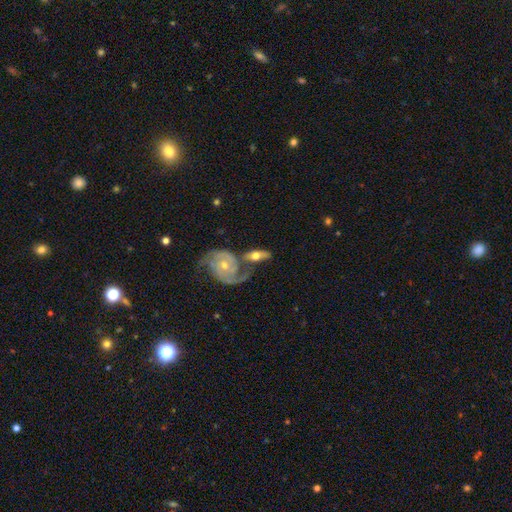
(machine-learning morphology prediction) A featured or disk galaxy (65%) with no bar (68%), spiral arms (82%) and a moderate central bulge (52%).

Vote fractions:
- Smooth or featured? featured or disk: 65% / smooth: 30% / star or artifact: 6%
- Edge-on disk? no: 85% / yes: 15%
- Bar? no: 68% / weak: 24% / strong: 8%
- Spiral arms? yes: 82% / no: 18%
- Bulge size? moderate: 52% / small: 37% / large: 7% / none: 2% / dominant: 2%
- Merging? merger: 40% / none: 36% / minor disturbance: 15% / major disturbance: 10%